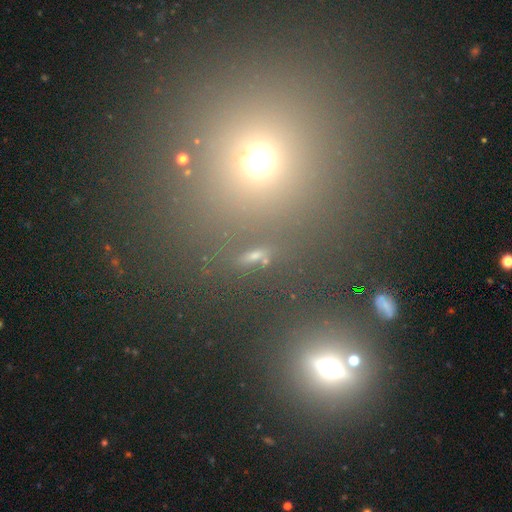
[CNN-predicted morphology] smooth_or_featured: smooth (p=0.44) [alt: star or artifact p=0.43]
merging: none (p=0.78) [alt: minor disturbance p=0.09]